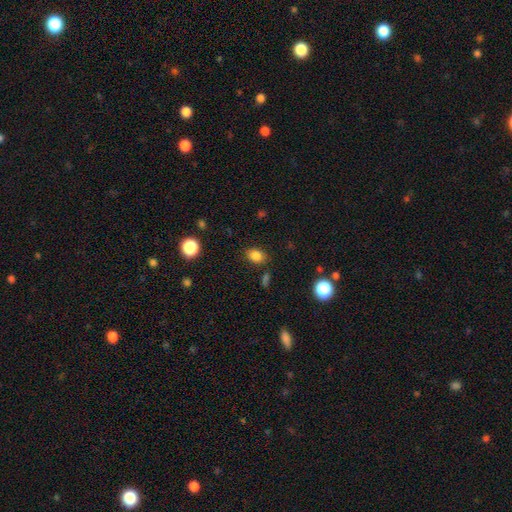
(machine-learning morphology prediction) Smooth or featured? Predicted: smooth (p=0.83). How rounded? Predicted: in between (p=0.70). Merging? Predicted: none (p=0.82).